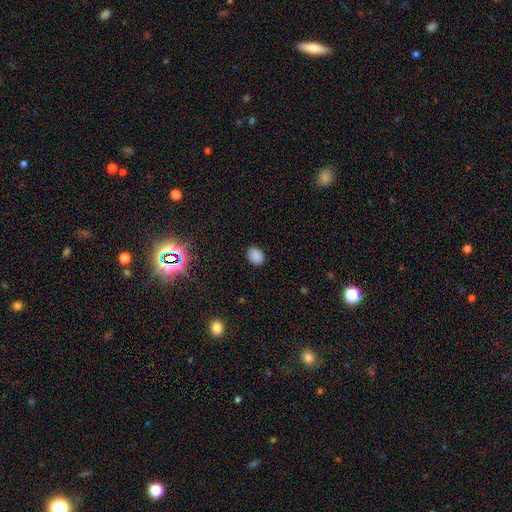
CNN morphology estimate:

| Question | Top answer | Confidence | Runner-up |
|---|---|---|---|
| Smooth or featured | smooth | 86% | star or artifact (11%) |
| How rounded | in between | 70% | round (29%) |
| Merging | none | 88% | minor disturbance (9%) |